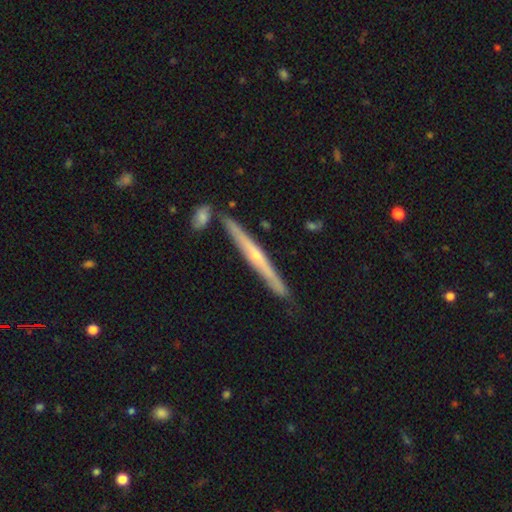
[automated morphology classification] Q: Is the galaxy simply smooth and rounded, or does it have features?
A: featured or disk — 71%.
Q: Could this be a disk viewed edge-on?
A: yes — 96%.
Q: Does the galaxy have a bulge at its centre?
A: rounded — 64%.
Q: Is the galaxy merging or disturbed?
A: none — 84%.